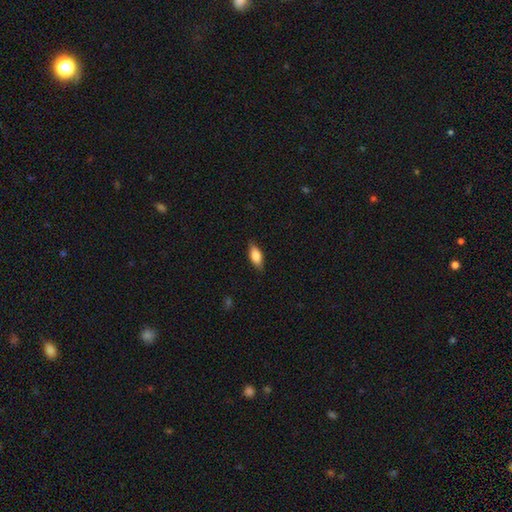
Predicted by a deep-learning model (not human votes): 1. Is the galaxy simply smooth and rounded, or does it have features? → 80% smooth, 14% featured or disk, 6% star or artifact.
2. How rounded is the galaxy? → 83% in between, 14% cigar-shaped, 3% round.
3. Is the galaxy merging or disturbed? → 84% none, 13% minor disturbance, 2% major disturbance, 1% merger.